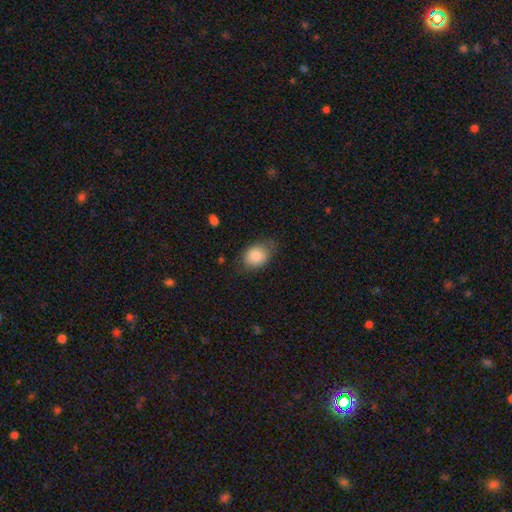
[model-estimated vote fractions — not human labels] Smooth or featured? Predicted: smooth (p=0.83). How rounded? Predicted: in between (p=0.61). Merging? Predicted: none (p=0.65).